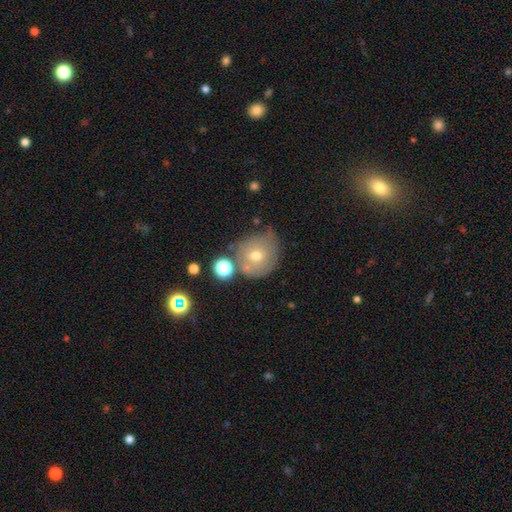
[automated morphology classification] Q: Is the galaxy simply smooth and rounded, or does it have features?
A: smooth — 62%.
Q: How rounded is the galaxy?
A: round — 89%.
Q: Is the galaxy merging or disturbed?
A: none — 60%.